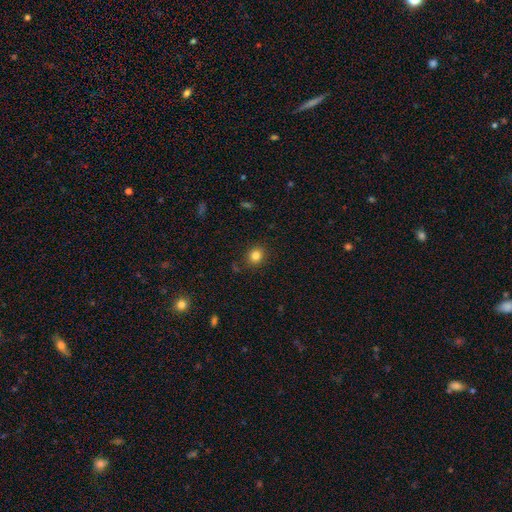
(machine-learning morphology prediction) Smooth or featured? smooth (82%)
How rounded? round (78%)
Merging? none (88%)